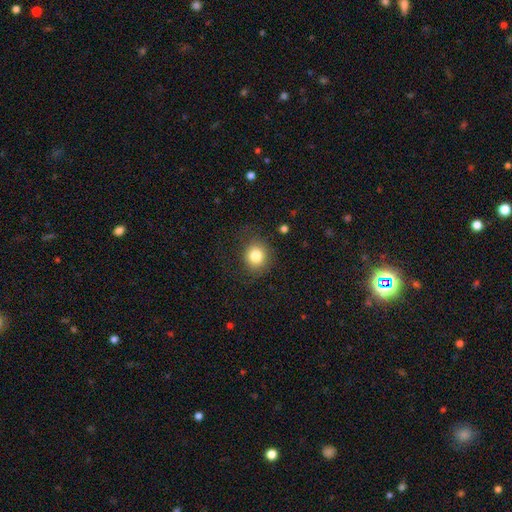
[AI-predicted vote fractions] Morphology: type=smooth (82%); roundness=round (80%); merging=none (81%).